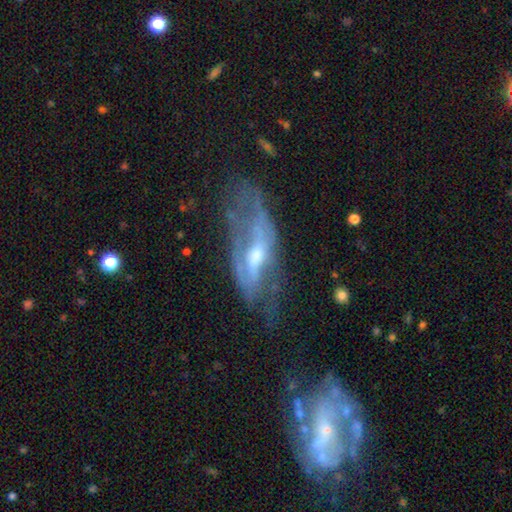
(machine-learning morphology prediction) Smooth or featured? featured or disk (78%)
Edge-on disk? no (81%)
Bar? no (42%)
Spiral arms? yes (71%)
Bulge size? moderate (60%)
Merging? none (45%)